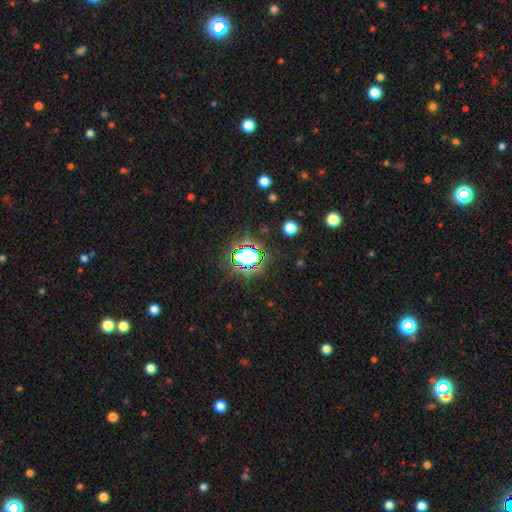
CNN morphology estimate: This appears to be a star or artifact, not a galaxy (81%).